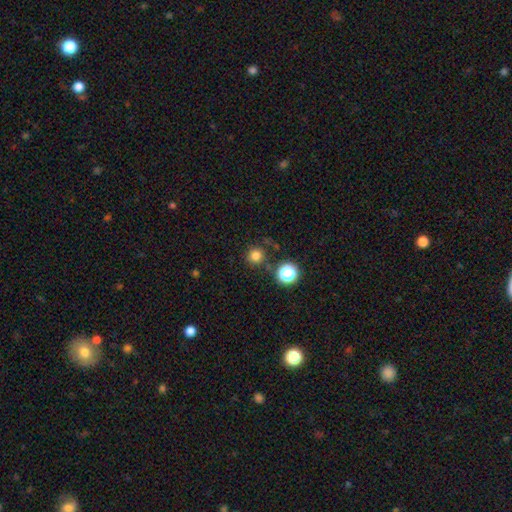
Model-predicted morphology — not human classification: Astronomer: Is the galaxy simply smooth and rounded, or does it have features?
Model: smooth — 78%.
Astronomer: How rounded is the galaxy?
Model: round — 93%.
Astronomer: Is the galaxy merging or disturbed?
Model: none — 82%.